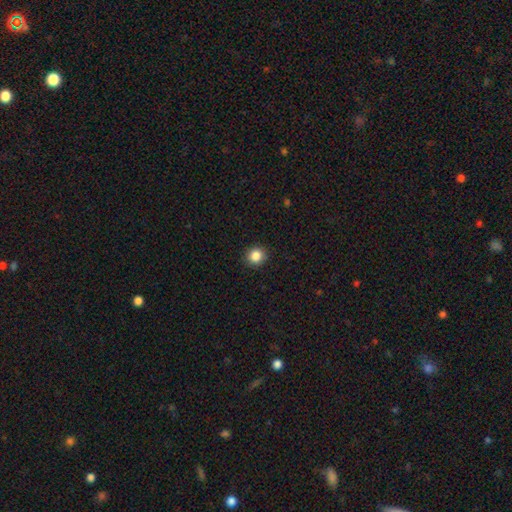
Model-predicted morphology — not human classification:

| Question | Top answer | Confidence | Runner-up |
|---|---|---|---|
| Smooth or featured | smooth | 85% | star or artifact (10%) |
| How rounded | round | 90% | in between (9%) |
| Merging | none | 92% | minor disturbance (6%) |